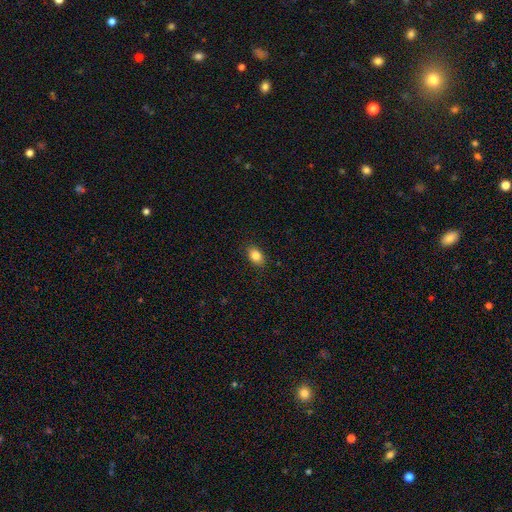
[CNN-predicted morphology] This appears to be a smooth galaxy with no disk features (84%) that is in between round and cigar-shaped (79%). Merging: none (87%).